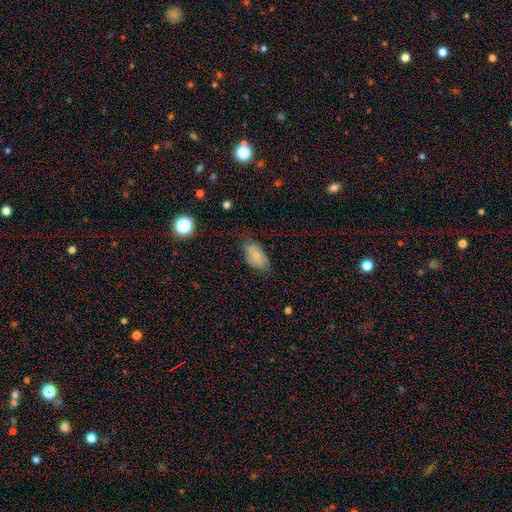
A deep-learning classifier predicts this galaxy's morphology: A smooth galaxy with no disk features (66%) that is in between round and cigar-shaped (92%).

Vote fractions:
- Smooth or featured? smooth: 66% / featured or disk: 26% / star or artifact: 8%
- How rounded? in between: 92% / round: 6% / cigar-shaped: 2%
- Merging? none: 60% / minor disturbance: 30% / major disturbance: 9% / merger: 2%